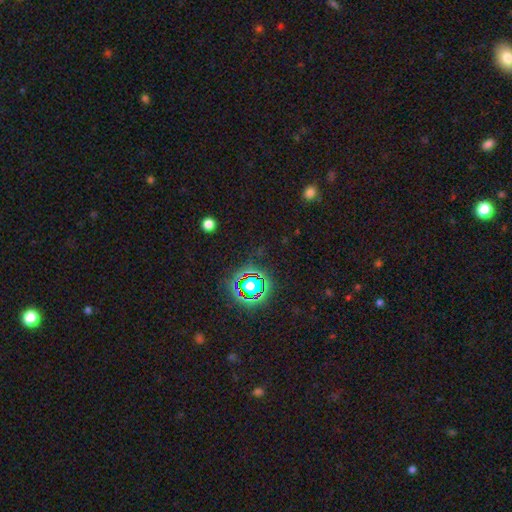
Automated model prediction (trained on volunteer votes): This is likely a star or artifact rather than a galaxy (77%).